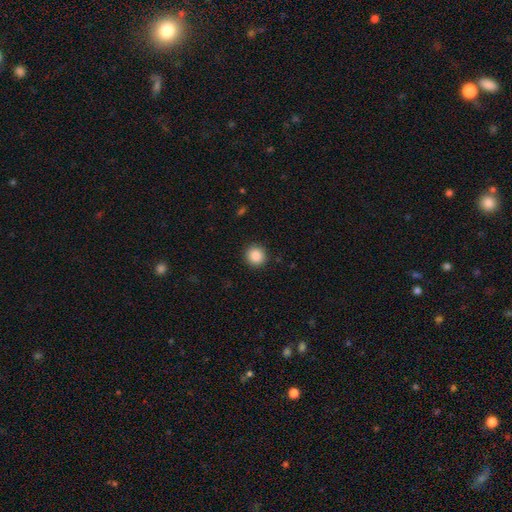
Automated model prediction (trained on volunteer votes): Q: Smooth or featured?
A: smooth (87%); runner-up: star or artifact (9%)
Q: How rounded?
A: round (93%); runner-up: in between (6%)
Q: Merging?
A: none (92%); runner-up: minor disturbance (5%)